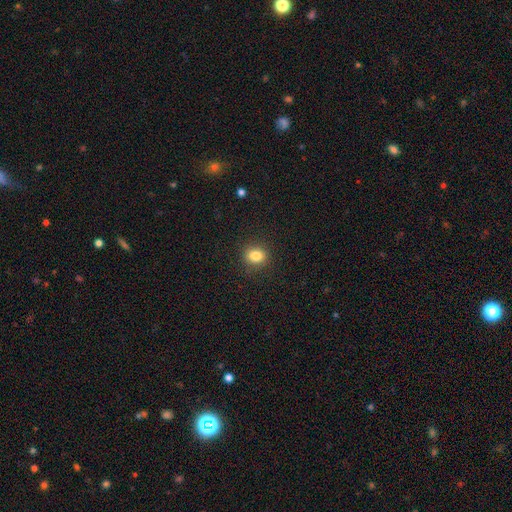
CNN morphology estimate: Overall: smooth (83%). How rounded: round (65%; in between 34%). Merging: none (89%).